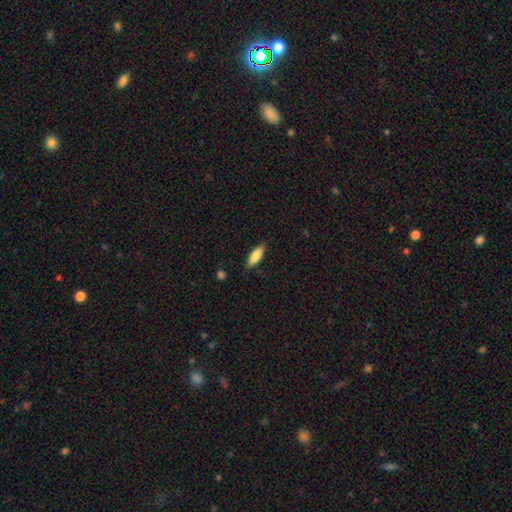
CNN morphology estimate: smooth 80%, featured or disk 14%, star or artifact 6%. Down the decision tree: how rounded — in between (65%); merging — none (83%).